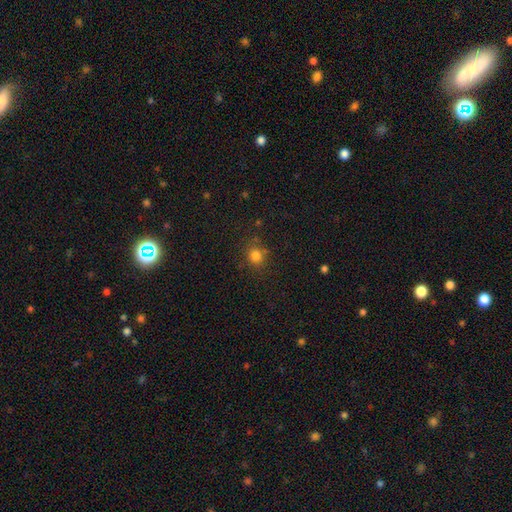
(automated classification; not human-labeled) Q: Smooth or featured?
A: smooth (80%); runner-up: star or artifact (14%)
Q: How rounded?
A: round (84%); runner-up: in between (16%)
Q: Merging?
A: none (81%); runner-up: minor disturbance (12%)